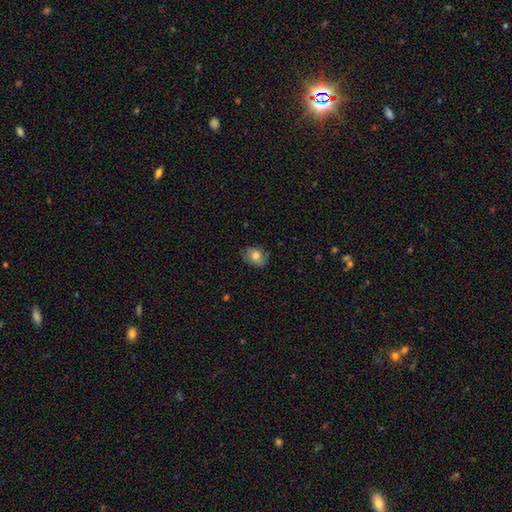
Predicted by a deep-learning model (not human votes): Smooth or featured?
  - smooth: 80% *
  - featured or disk: 11%
  - star or artifact: 9%
How rounded?
  - in between: 60% *
  - round: 39%
  - cigar-shaped: 1%
Merging?
  - none: 75% *
  - minor disturbance: 20%
  - major disturbance: 4%
  - merger: 1%